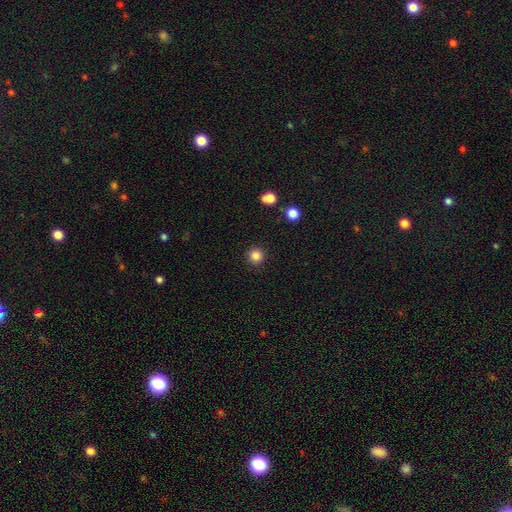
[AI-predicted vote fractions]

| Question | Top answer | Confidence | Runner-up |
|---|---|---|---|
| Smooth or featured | smooth | 84% | star or artifact (12%) |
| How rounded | round | 95% | in between (4%) |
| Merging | none | 92% | minor disturbance (5%) |